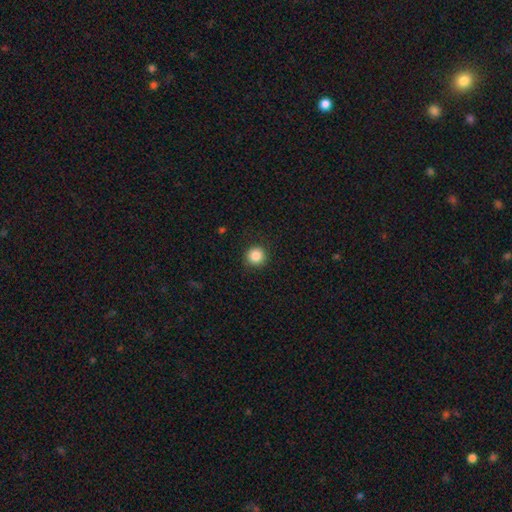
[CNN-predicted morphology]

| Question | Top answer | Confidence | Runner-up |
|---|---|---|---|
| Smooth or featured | smooth | 86% | star or artifact (10%) |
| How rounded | round | 94% | in between (5%) |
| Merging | none | 90% | minor disturbance (7%) |